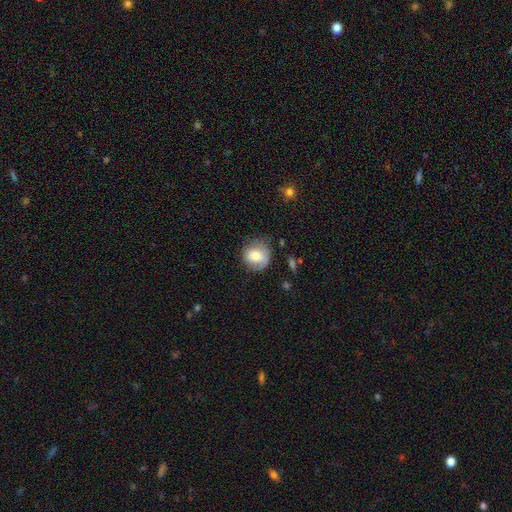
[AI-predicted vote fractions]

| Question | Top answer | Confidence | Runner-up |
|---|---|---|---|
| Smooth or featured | smooth | 69% | featured or disk (22%) |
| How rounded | round | 80% | in between (19%) |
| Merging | none | 62% | minor disturbance (26%) |